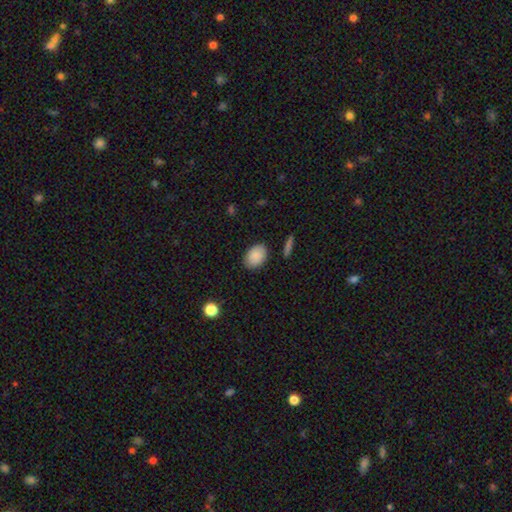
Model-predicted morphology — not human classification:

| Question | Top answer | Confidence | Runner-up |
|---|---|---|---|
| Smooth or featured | smooth | 89% | star or artifact (7%) |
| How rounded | in between | 86% | round (13%) |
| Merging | none | 87% | minor disturbance (9%) |